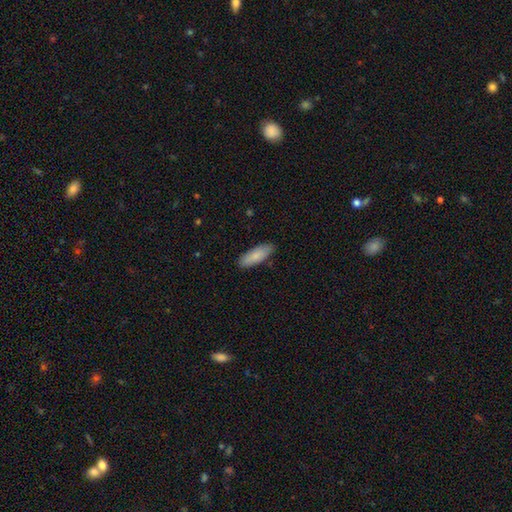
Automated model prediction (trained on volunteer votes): A smooth galaxy with no disk features (85%) that is in between round and cigar-shaped (66%).

Vote fractions:
- Smooth or featured? smooth: 85% / featured or disk: 10% / star or artifact: 5%
- How rounded? in between: 66% / cigar-shaped: 33% / round: 2%
- Merging? none: 85% / minor disturbance: 12% / major disturbance: 2% / merger: 1%